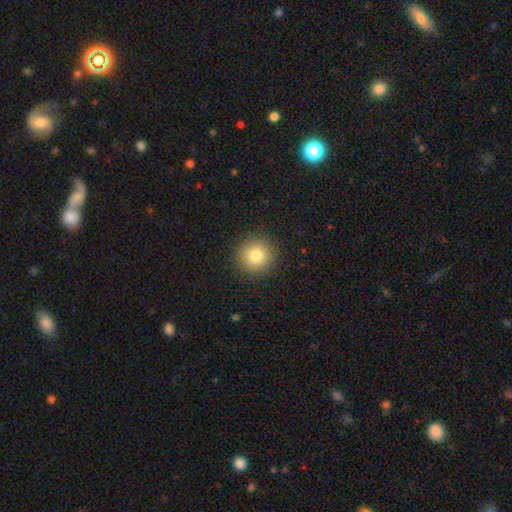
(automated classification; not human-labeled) smooth_or_featured: smooth (p=0.81) [alt: star or artifact p=0.11]
how_rounded: round (p=0.94) [alt: in between p=0.05]
merging: none (p=0.91) [alt: minor disturbance p=0.06]